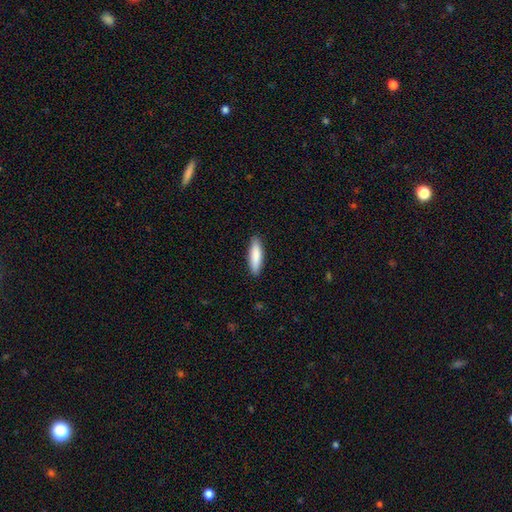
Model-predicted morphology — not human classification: Smooth or featured? Predicted: smooth (p=0.85). How rounded? Predicted: cigar-shaped (p=0.65). Merging? Predicted: none (p=0.89).